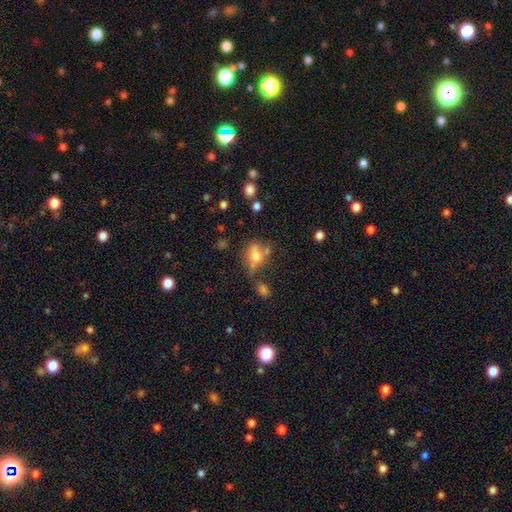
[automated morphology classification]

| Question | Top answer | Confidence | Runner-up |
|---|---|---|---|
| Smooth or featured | smooth | 66% | featured or disk (21%) |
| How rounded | in between | 54% | round (42%) |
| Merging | none | 45% | merger (21%) |